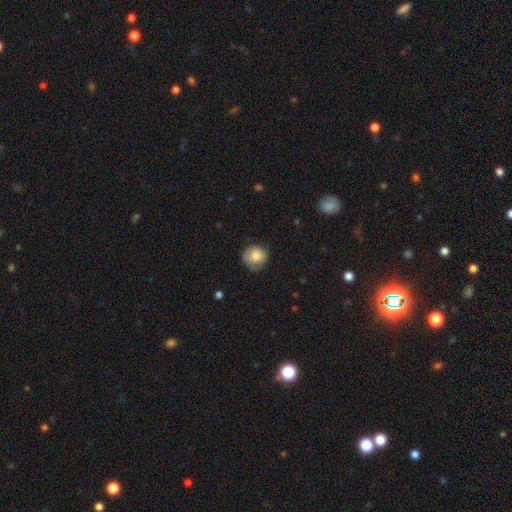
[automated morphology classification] smooth-or-featured: smooth: 80% | featured or disk: 12% | star or artifact: 8%
  how-rounded: round: 86% | in between: 13% | cigar-shaped: 1%
  merging: none: 68% | minor disturbance: 25% | major disturbance: 6% | merger: 1%